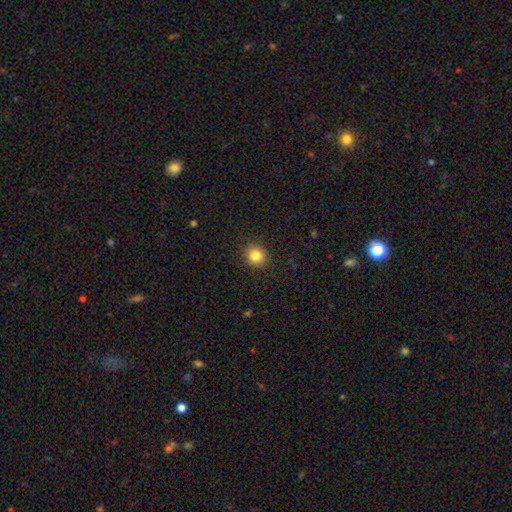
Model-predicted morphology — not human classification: type=smooth (84%); roundness=round (83%); merging=none (91%).